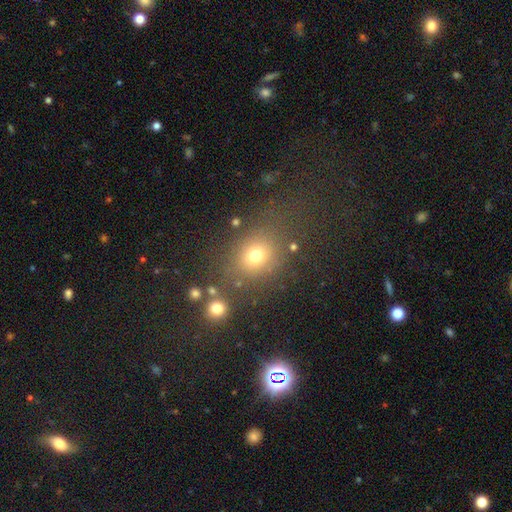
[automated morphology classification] smooth-or-featured: smooth: 72% | star or artifact: 18% | featured or disk: 10%
  how-rounded: round: 62% | in between: 37% | cigar-shaped: 2%
  merging: none: 72% | minor disturbance: 13% | major disturbance: 8% | merger: 7%